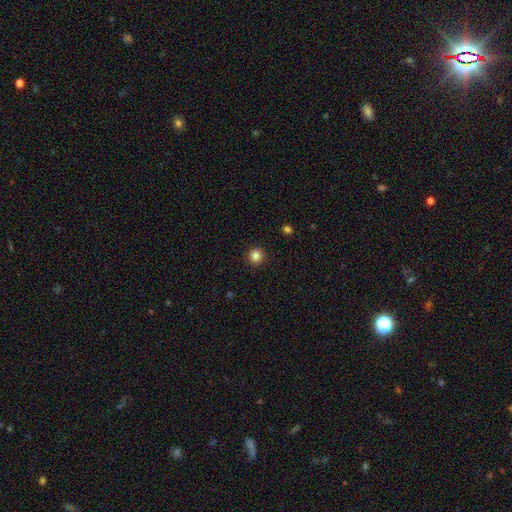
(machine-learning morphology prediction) The model was most divided on "smooth or featured": smooth: 85%, star or artifact: 11%, featured or disk: 4%. More confident: how rounded — round (92%); merging — none (92%).